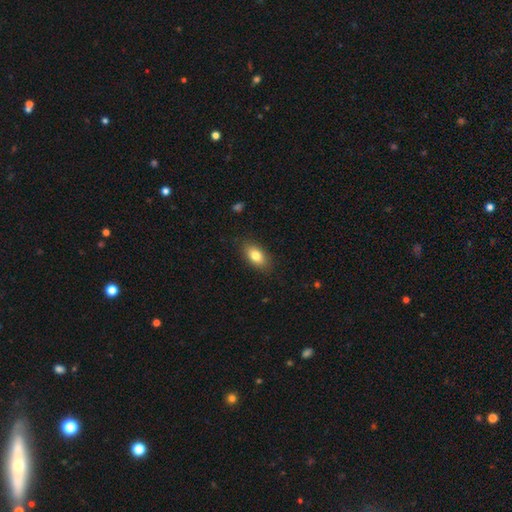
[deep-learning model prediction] smooth 81%, featured or disk 11%, star or artifact 8%. Down the decision tree: how rounded — in between (89%); merging — none (87%).